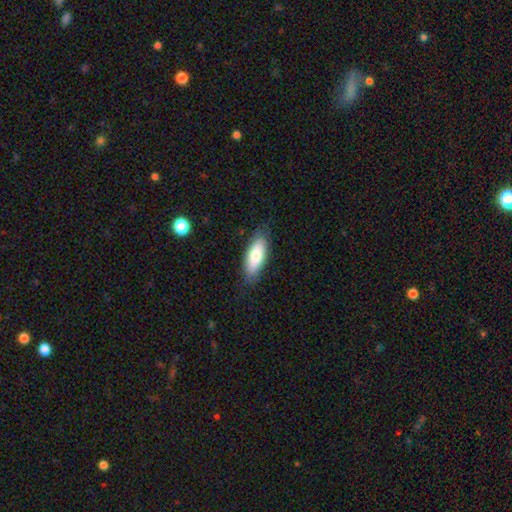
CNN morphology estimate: Smooth or featured? Predicted: smooth (p=0.75). How rounded? Predicted: in between (p=0.74). Merging? Predicted: none (p=0.81).